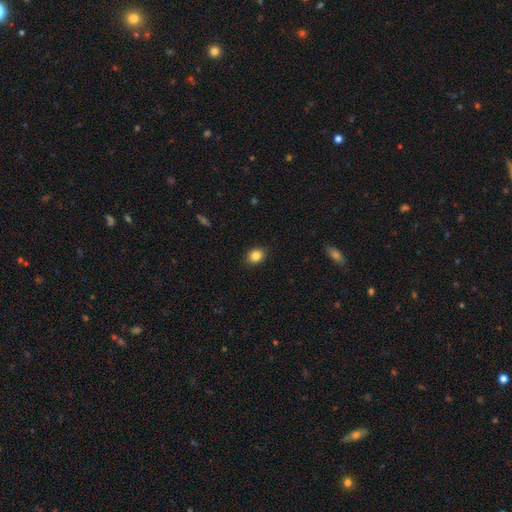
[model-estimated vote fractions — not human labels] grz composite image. It shows a smooth galaxy with no disk features (84%) that is in between round and cigar-shaped (55%). Merging: none (89%).